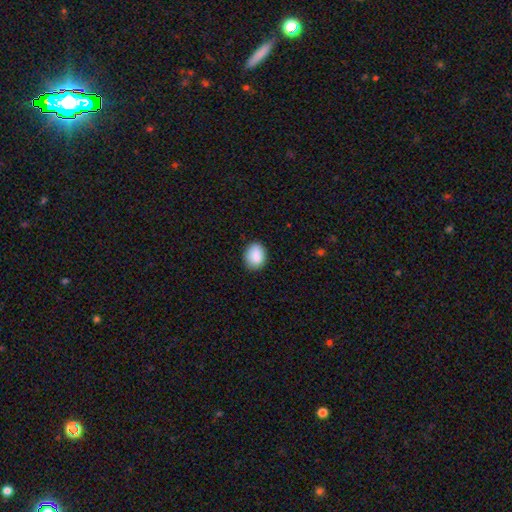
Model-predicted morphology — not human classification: A smooth galaxy with no disk features (88%) that is in between round and cigar-shaped (57%). Merging: none (84%).